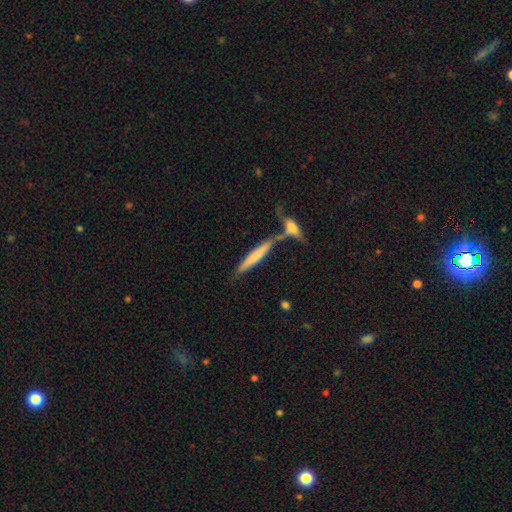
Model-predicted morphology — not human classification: Q: Smooth or featured?
A: smooth (60%); runner-up: featured or disk (34%)
Q: How rounded?
A: cigar-shaped (92%); runner-up: in between (7%)
Q: Merging?
A: none (63%); runner-up: merger (21%)